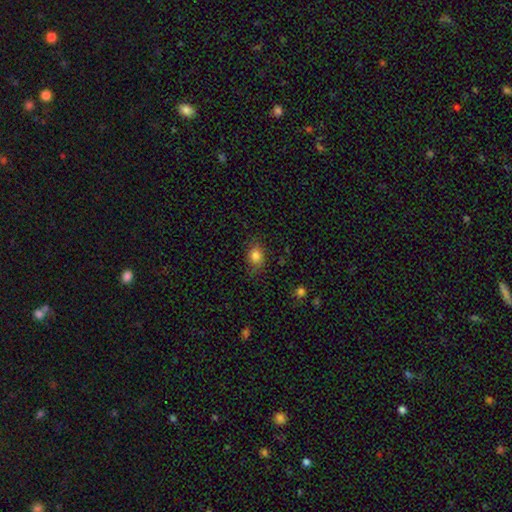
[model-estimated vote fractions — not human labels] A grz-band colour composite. It shows a smooth galaxy with no disk features (82%) that is round (50%). Merging: none (78%).